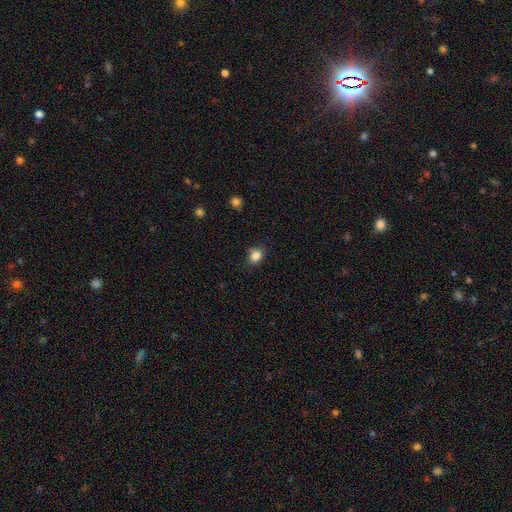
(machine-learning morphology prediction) smooth-or-featured: smooth: 85% | star or artifact: 11% | featured or disk: 5%
  how-rounded: round: 56% | in between: 43% | cigar-shaped: 1%
  merging: none: 69% | minor disturbance: 23% | major disturbance: 5% | merger: 3%